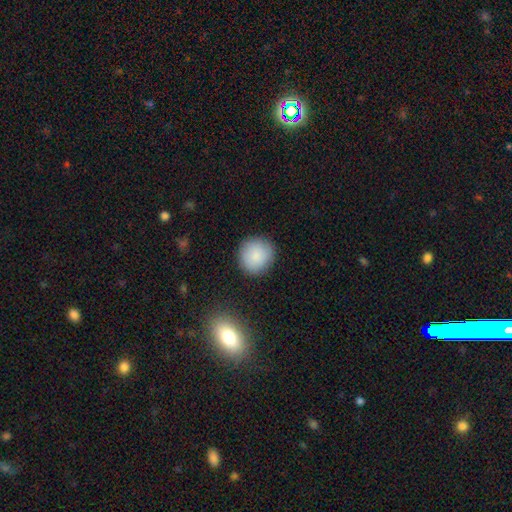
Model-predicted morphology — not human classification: smooth_or_featured: smooth (p=0.87) [alt: star or artifact p=0.08]
how_rounded: round (p=0.91) [alt: in between p=0.08]
merging: none (p=0.89) [alt: minor disturbance p=0.07]